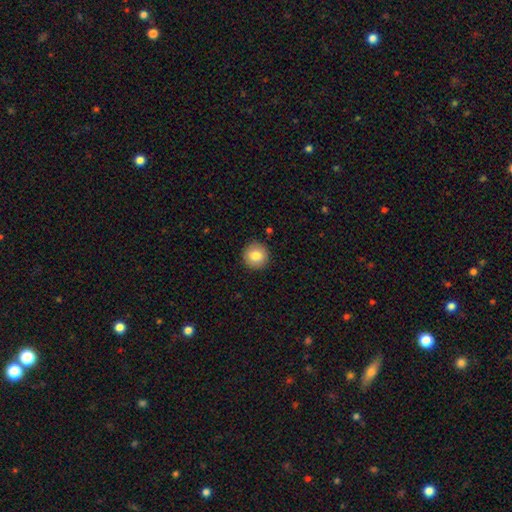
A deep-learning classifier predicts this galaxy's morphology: Smooth or featured: smooth — 82% (featured or disk — 9%)
How rounded: round — 94% (in between — 5%)
Merging: none — 92% (minor disturbance — 6%)